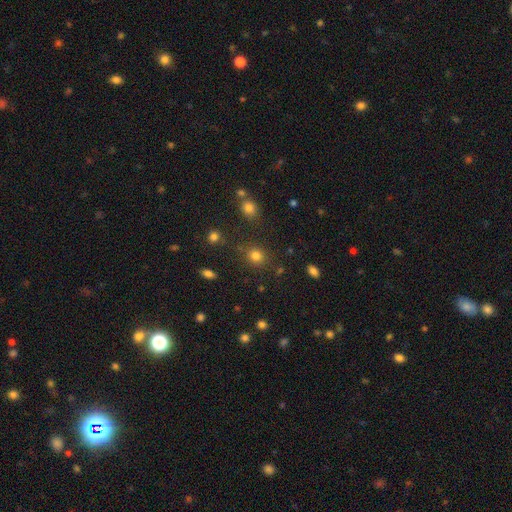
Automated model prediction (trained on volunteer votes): Q: Smooth or featured?
A: smooth (80%); runner-up: star or artifact (15%)
Q: How rounded?
A: round (78%); runner-up: in between (21%)
Q: Merging?
A: none (80%); runner-up: minor disturbance (10%)